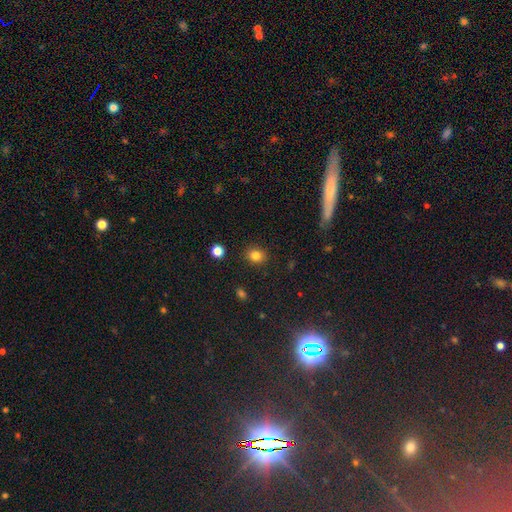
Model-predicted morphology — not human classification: type=smooth (83%); roundness=round (71%); merging=none (88%).